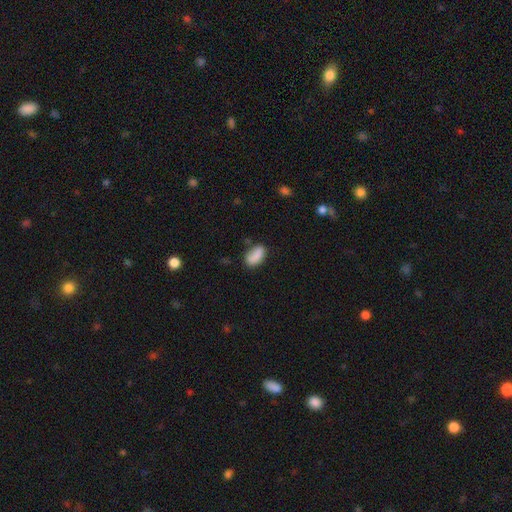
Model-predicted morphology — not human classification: smooth_or_featured: smooth (p=0.83) [alt: featured or disk p=0.08]
how_rounded: in between (p=0.89) [alt: round p=0.06]
merging: none (p=0.63) [alt: minor disturbance p=0.23]